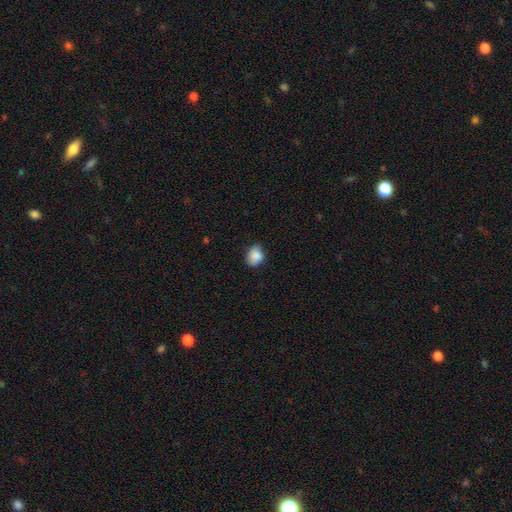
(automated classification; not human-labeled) This is clearly a smooth galaxy (88%). How rounded: possibly in between (59%). Merging: likely none (77%).